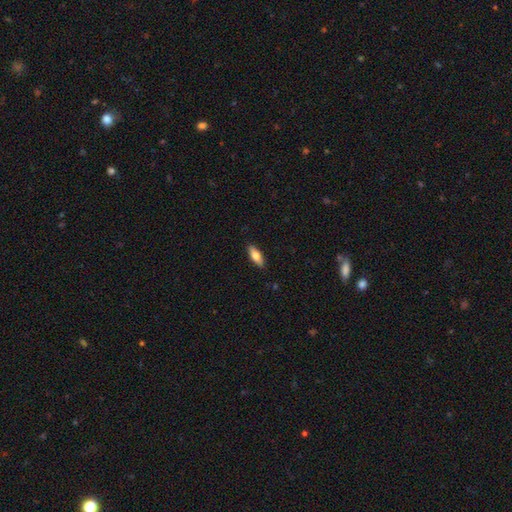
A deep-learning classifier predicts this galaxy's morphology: The model was most divided on "how rounded": in between: 63%, cigar-shaped: 35%, round: 2%. More confident: merging — none (89%); smooth or featured — smooth (64%).